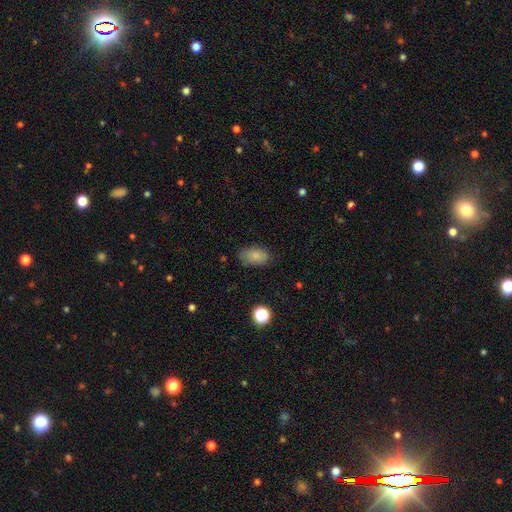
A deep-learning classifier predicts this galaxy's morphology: This is clearly a smooth galaxy (84%). How rounded: clearly in between (90%). Merging: likely none (78%).